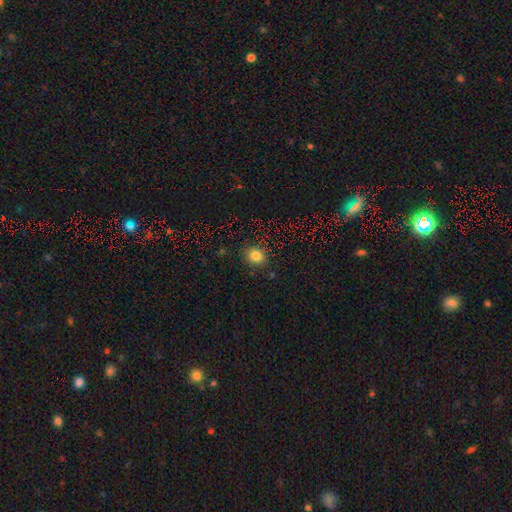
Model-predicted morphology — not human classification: Smooth or featured?
  - smooth: 81% *
  - star or artifact: 13%
  - featured or disk: 5%
How rounded?
  - round: 71% *
  - in between: 28%
  - cigar-shaped: 1%
Merging?
  - none: 87% *
  - minor disturbance: 9%
  - major disturbance: 2%
  - merger: 2%